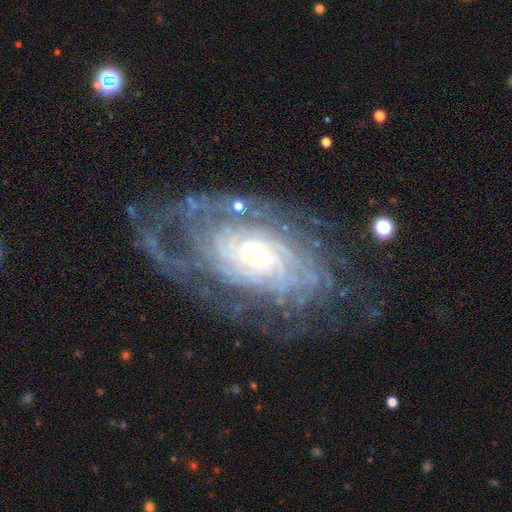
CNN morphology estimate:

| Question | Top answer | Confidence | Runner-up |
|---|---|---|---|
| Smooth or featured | featured or disk | 88% | star or artifact (6%) |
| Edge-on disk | no | 96% | yes (4%) |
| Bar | no | 74% | weak (18%) |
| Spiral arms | yes | 97% | no (3%) |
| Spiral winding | tight | 76% | medium (19%) |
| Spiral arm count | can't tell | 31% | more than 4 (22%) |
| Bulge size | small | 79% | moderate (15%) |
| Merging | none | 67% | minor disturbance (18%) |